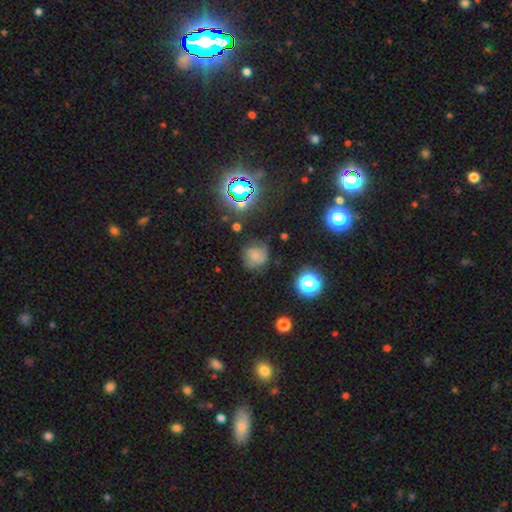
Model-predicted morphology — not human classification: smooth-or-featured: smooth: 57% | featured or disk: 22% | star or artifact: 21%
  how-rounded: round: 79% | in between: 20% | cigar-shaped: 1%
  merging: none: 56% | minor disturbance: 26% | major disturbance: 15% | merger: 3%